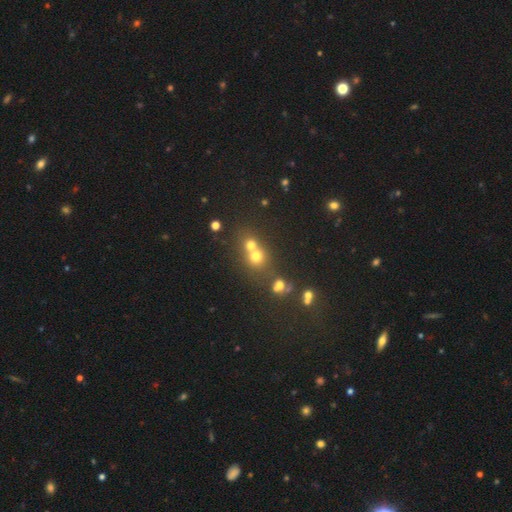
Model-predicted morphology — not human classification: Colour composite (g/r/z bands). It shows a smooth galaxy with no disk features (67%) that is round (82%). Merging: merger (54%).